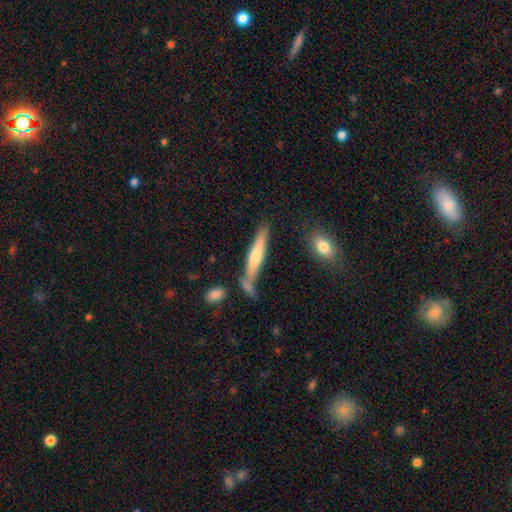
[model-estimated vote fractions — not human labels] The model was most divided on "smooth or featured": featured or disk: 51%, smooth: 42%, star or artifact: 7%. More confident: edge-on disk — yes (92%); merging — none (68%).